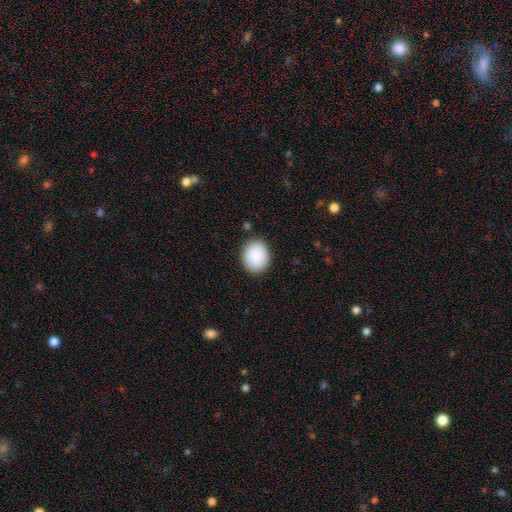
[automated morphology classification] smooth_or_featured: smooth (p=0.89) [alt: star or artifact p=0.07]
how_rounded: round (p=0.55) [alt: in between p=0.44]
merging: none (p=0.84) [alt: minor disturbance p=0.12]